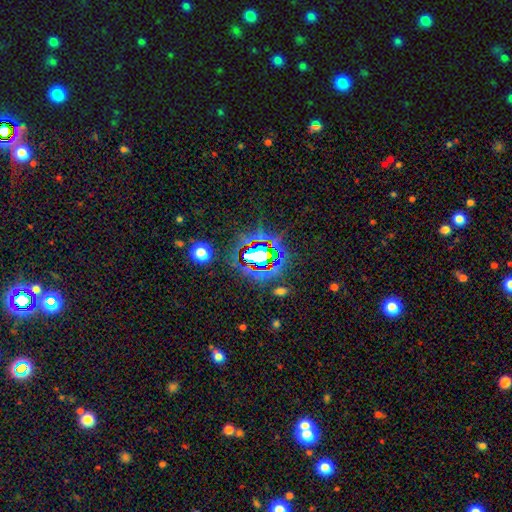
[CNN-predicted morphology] A star or artifact, not a galaxy (77%).